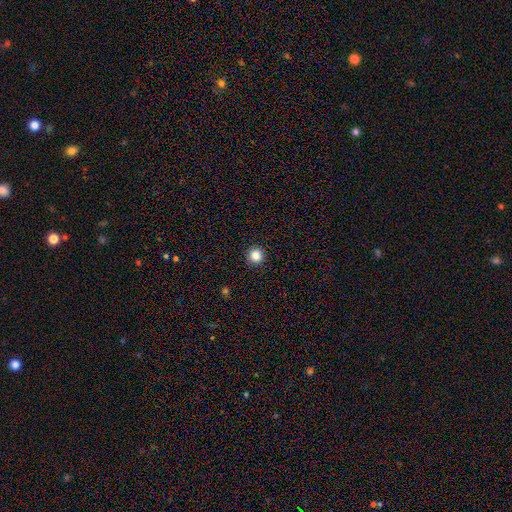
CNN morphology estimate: Smooth or featured? Predicted: smooth (p=0.85). How rounded? Predicted: round (p=0.95). Merging? Predicted: none (p=0.93).